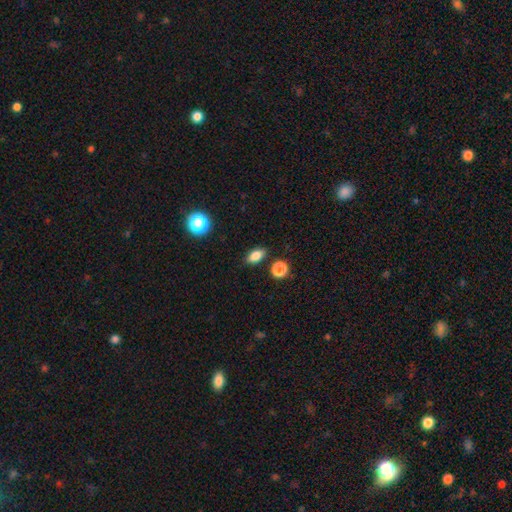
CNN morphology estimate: The model was most divided on "how rounded": in between: 83%, round: 13%, cigar-shaped: 4%. More confident: merging — none (86%); smooth or featured — smooth (83%).